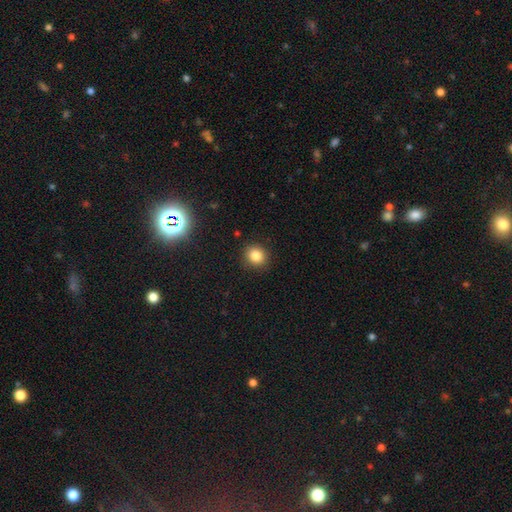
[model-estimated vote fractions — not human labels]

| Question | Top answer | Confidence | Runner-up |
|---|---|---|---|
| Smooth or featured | smooth | 84% | star or artifact (12%) |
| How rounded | round | 82% | in between (18%) |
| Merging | none | 89% | minor disturbance (8%) |